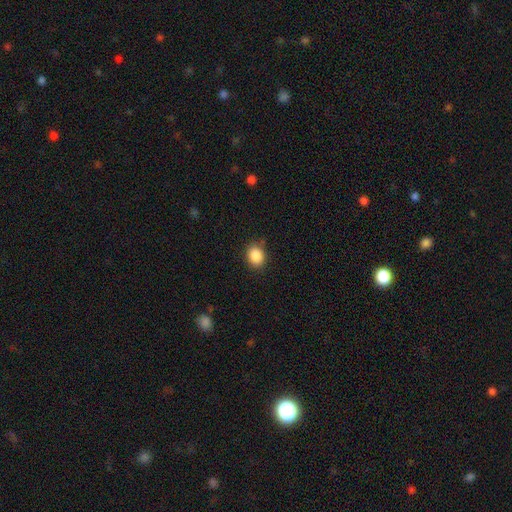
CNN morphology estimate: smooth-or-featured: smooth: 87% | star or artifact: 9% | featured or disk: 4%
  how-rounded: round: 55% | in between: 45% | cigar-shaped: 1%
  merging: none: 84% | minor disturbance: 12% | major disturbance: 3% | merger: 1%